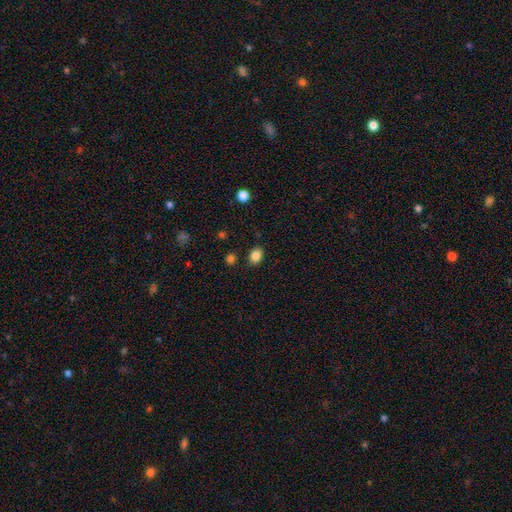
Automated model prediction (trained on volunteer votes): Overall: smooth (85%). How rounded: in between (64%; round 35%). Merging: none (86%).